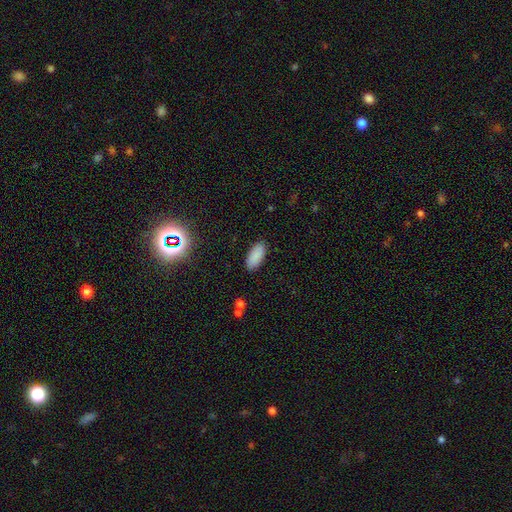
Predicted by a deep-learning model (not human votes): A smooth galaxy with no disk features (88%) that is in between round and cigar-shaped (89%).

Vote fractions:
- Smooth or featured? smooth: 88% / star or artifact: 8% / featured or disk: 4%
- How rounded? in between: 89% / cigar-shaped: 9% / round: 2%
- Merging? none: 89% / minor disturbance: 8% / major disturbance: 2% / merger: 1%